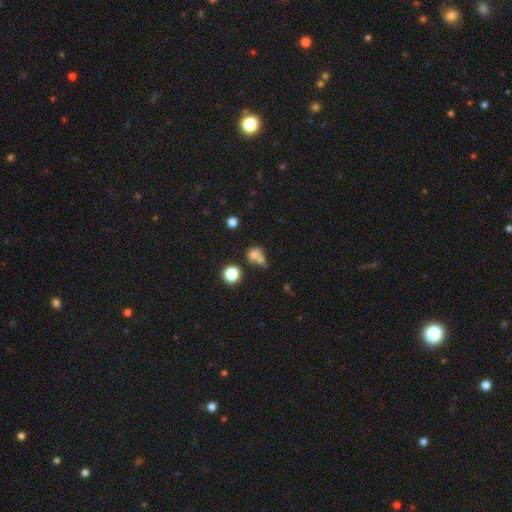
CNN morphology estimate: This is likely a smooth galaxy (71%). How rounded: likely round (66%). Merging: possibly merger (46%).